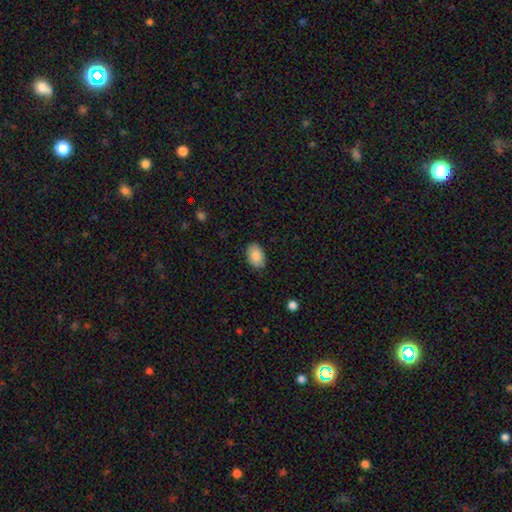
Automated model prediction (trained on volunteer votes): Overall: smooth (85%). How rounded: in between (90%). Merging: none (85%).